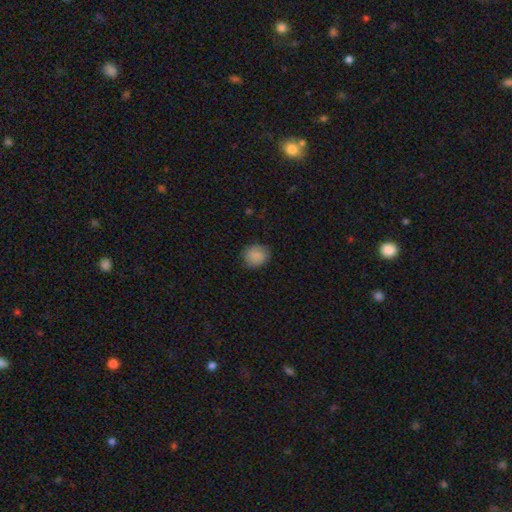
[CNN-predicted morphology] Smooth or featured? smooth (88%)
How rounded? round (70%)
Merging? none (84%)